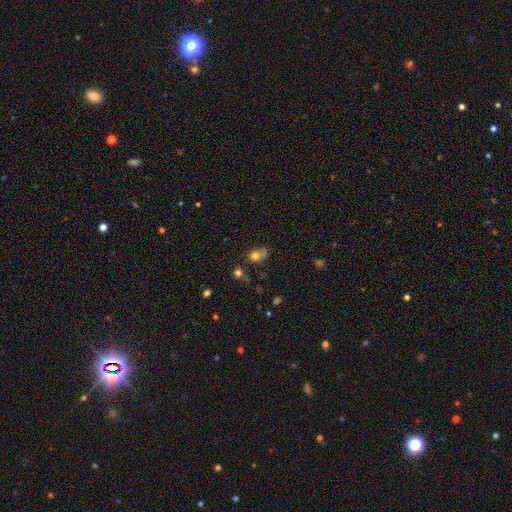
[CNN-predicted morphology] smooth 70%, featured or disk 16%, star or artifact 14%. Down the decision tree: how rounded — round (56%); merging — none (39%).